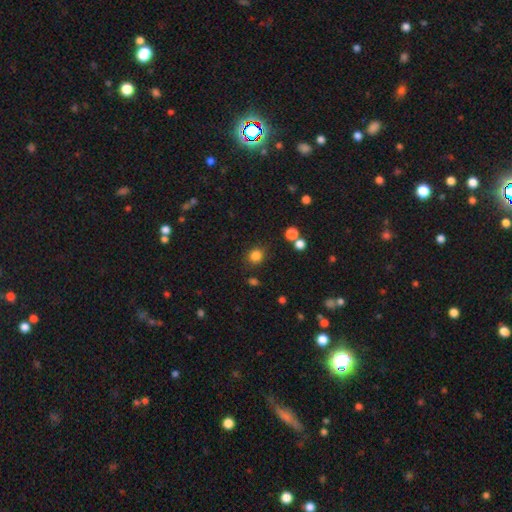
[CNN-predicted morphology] A smooth galaxy with no disk features (83%) that is round (81%). Merging: none (83%).